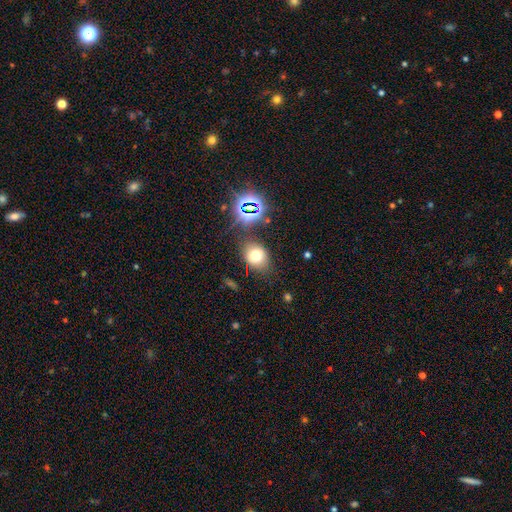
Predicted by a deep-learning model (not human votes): Q: Smooth or featured?
A: smooth (68%); runner-up: star or artifact (19%)
Q: How rounded?
A: in between (52%); runner-up: round (47%)
Q: Merging?
A: none (75%); runner-up: minor disturbance (15%)